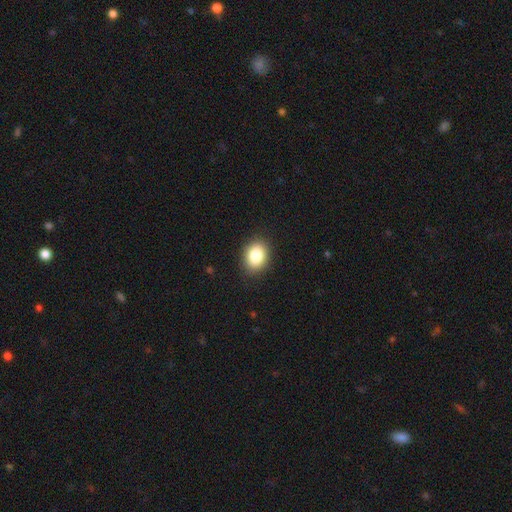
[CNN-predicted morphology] Smooth or featured? Predicted: smooth (p=0.86). How rounded? Predicted: in between (p=0.65). Merging? Predicted: none (p=0.89).